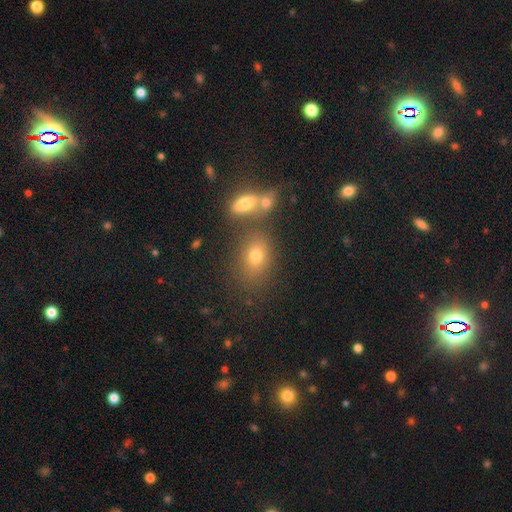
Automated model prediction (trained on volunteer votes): smooth-or-featured: smooth: 64% | star or artifact: 20% | featured or disk: 16%
  how-rounded: in between: 69% | round: 27% | cigar-shaped: 3%
  merging: none: 61% | merger: 24% | minor disturbance: 11% | major disturbance: 4%